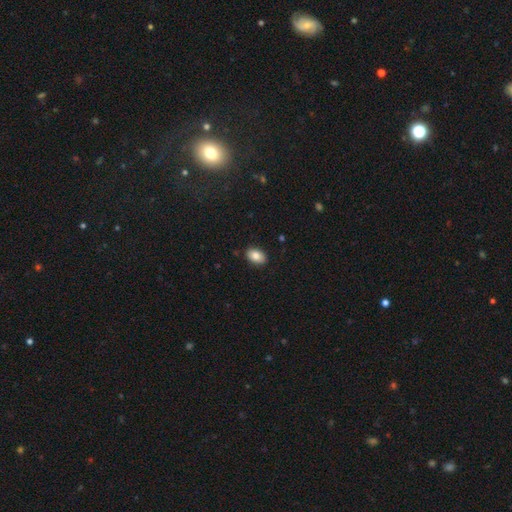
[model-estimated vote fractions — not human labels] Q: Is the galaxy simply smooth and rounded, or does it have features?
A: smooth — 85%.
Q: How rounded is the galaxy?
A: in between — 87%.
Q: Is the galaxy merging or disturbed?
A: none — 89%.